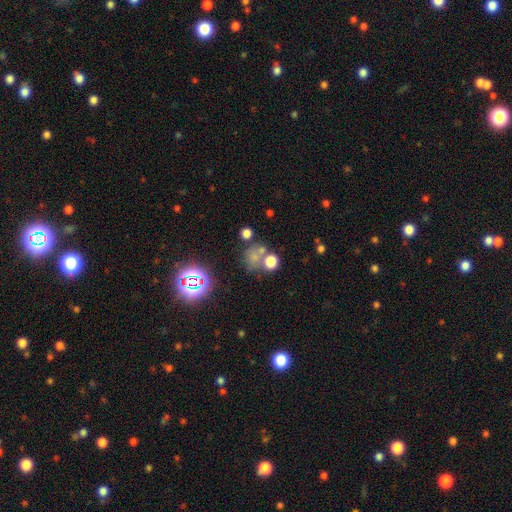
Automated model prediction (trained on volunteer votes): Smooth or featured?
  - smooth: 61% *
  - star or artifact: 26%
  - featured or disk: 13%
How rounded?
  - round: 78% *
  - in between: 21%
  - cigar-shaped: 1%
Merging?
  - none: 48% *
  - merger: 33%
  - minor disturbance: 11%
  - major disturbance: 8%